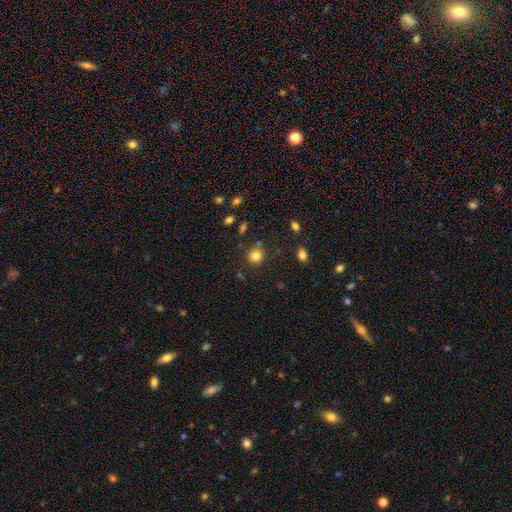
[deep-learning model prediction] The model was most divided on "smooth or featured": smooth: 82%, star or artifact: 12%, featured or disk: 6%. More confident: how rounded — round (88%); merging — none (80%).